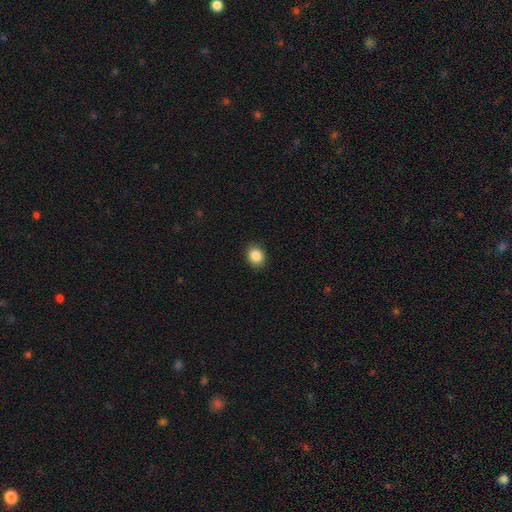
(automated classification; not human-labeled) Smooth or featured?
  - smooth: 86% *
  - star or artifact: 9%
  - featured or disk: 4%
How rounded?
  - round: 52% *
  - in between: 47%
  - cigar-shaped: 1%
Merging?
  - none: 90% *
  - minor disturbance: 7%
  - major disturbance: 2%
  - merger: 1%